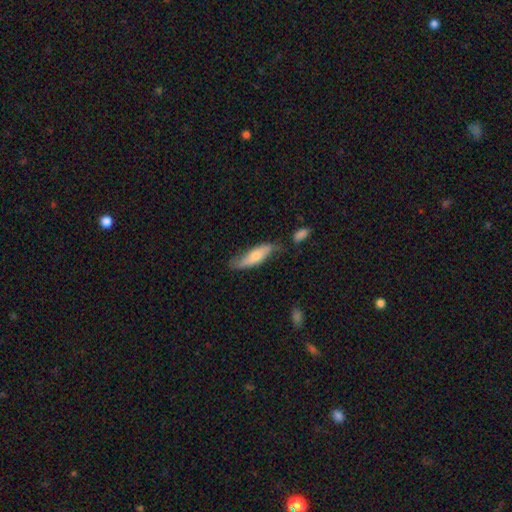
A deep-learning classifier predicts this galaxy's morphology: smooth-or-featured: smooth: 57% | featured or disk: 37% | star or artifact: 5%
  how-rounded: cigar-shaped: 63% | in between: 35% | round: 2%
  merging: none: 60% | minor disturbance: 26% | merger: 7% | major disturbance: 7%